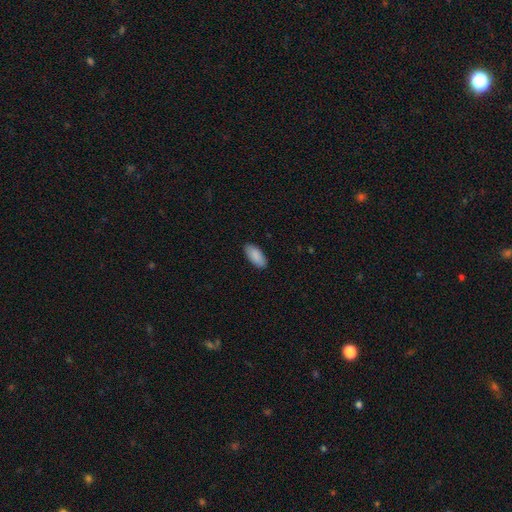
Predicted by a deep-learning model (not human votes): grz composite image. It shows a smooth galaxy with no disk features (90%) that is in between round and cigar-shaped (91%). Merging: none (89%).